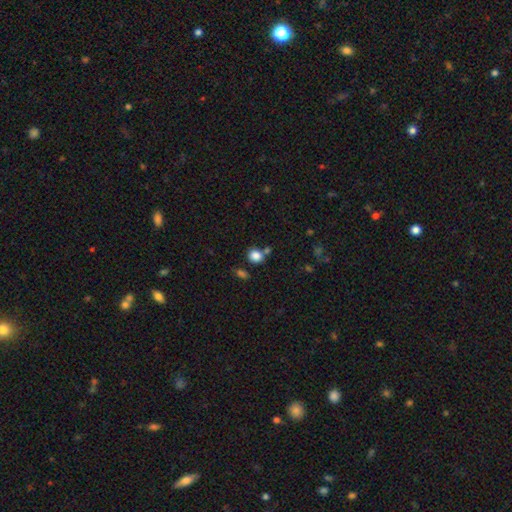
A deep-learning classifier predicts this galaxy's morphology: Smooth or featured? smooth (85%)
How rounded? round (72%)
Merging? none (68%)